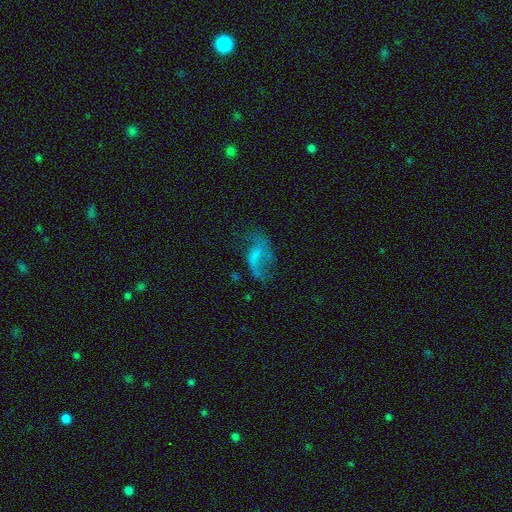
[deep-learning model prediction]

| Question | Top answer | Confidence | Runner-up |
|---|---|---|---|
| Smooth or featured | featured or disk | 59% | smooth (27%) |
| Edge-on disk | no | 96% | yes (4%) |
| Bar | no | 50% | weak (39%) |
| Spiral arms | yes | 71% | no (29%) |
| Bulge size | none | 56% | small (24%) |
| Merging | none | 44% | major disturbance (31%) |